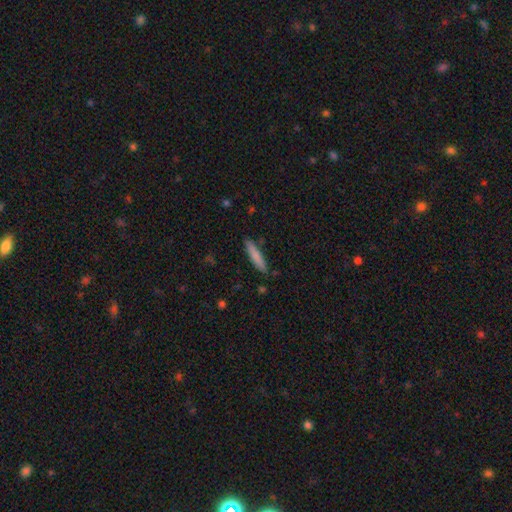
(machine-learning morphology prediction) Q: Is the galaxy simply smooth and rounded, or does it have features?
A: smooth — 79%.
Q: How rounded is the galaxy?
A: cigar-shaped — 90%.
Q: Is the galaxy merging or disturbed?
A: none — 86%.